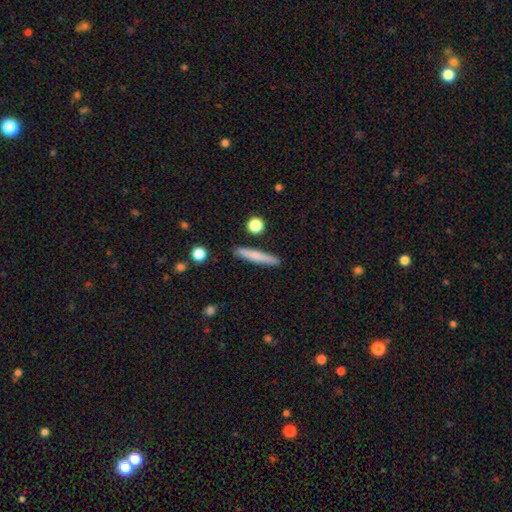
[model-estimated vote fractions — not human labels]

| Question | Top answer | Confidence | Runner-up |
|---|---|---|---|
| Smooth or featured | smooth | 74% | featured or disk (19%) |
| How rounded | cigar-shaped | 94% | in between (5%) |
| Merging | none | 90% | minor disturbance (7%) |